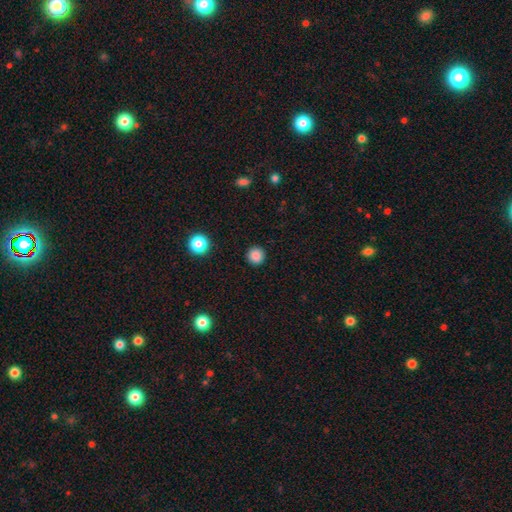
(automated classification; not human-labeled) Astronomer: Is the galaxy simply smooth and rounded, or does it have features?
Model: smooth — 86%.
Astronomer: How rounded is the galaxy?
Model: round — 96%.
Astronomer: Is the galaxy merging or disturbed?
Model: none — 92%.